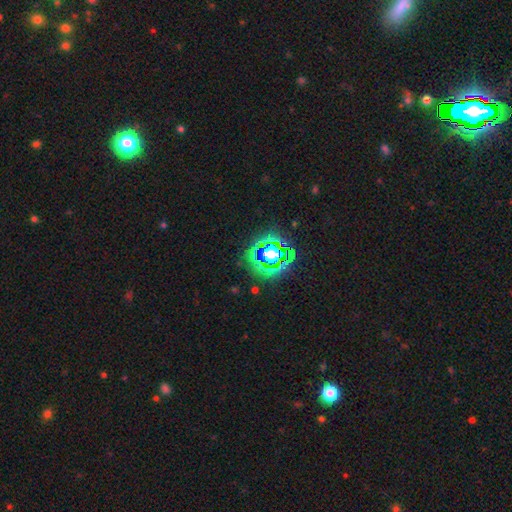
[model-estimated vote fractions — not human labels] Smooth or featured?
  - star or artifact: 76% *
  - smooth: 15%
  - featured or disk: 9%